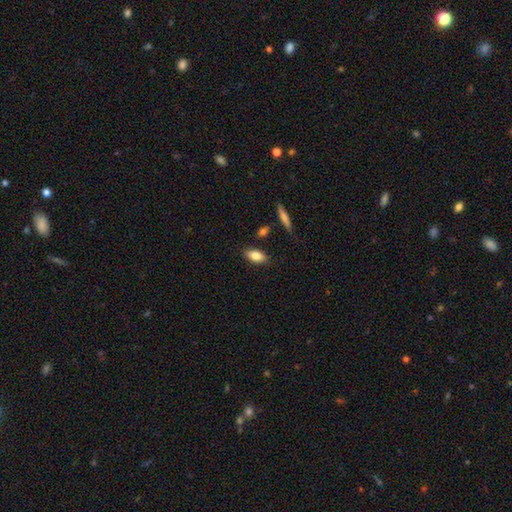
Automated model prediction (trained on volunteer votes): smooth_or_featured: smooth (p=0.79) [alt: featured or disk p=0.14]
how_rounded: in between (p=0.86) [alt: cigar-shaped p=0.11]
merging: none (p=0.83) [alt: minor disturbance p=0.11]